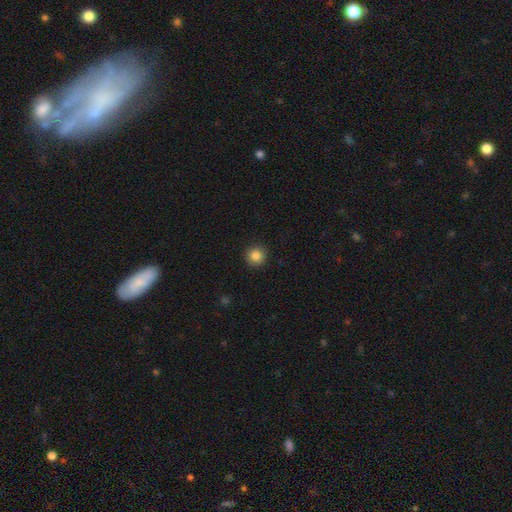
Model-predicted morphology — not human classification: This appears to be a smooth galaxy with no disk features (85%) that is round (94%). Merging: none (92%).